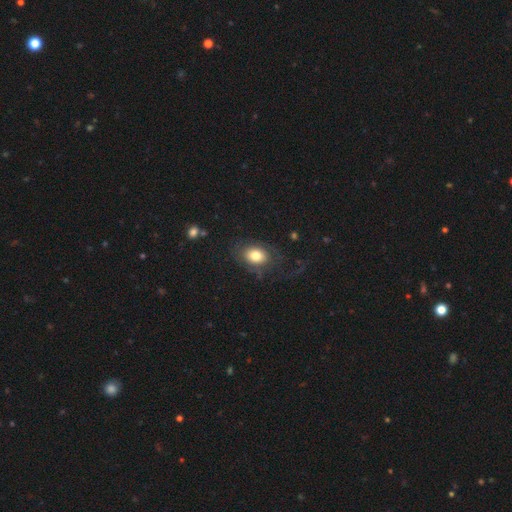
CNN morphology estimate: Smooth or featured? Predicted: smooth (p=0.72). How rounded? Predicted: in between (p=0.72). Merging? Predicted: none (p=0.62).